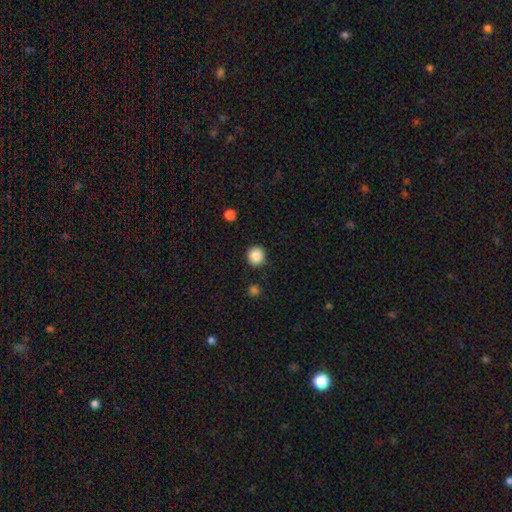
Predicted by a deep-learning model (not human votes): Morphology: type=smooth (87%); roundness=round (95%); merging=none (90%).